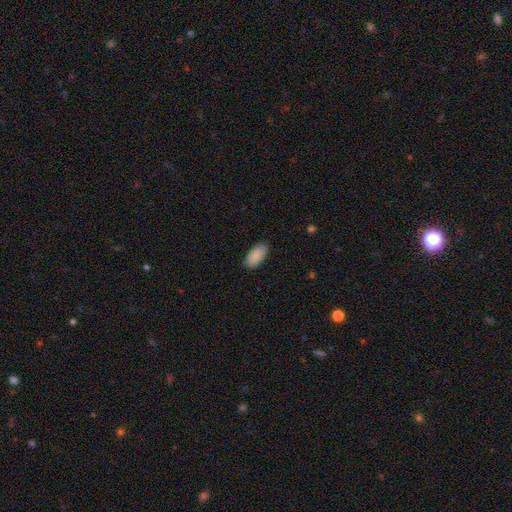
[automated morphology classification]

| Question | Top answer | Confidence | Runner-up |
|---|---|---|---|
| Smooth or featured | smooth | 90% | star or artifact (6%) |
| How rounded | in between | 94% | cigar-shaped (4%) |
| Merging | none | 86% | minor disturbance (11%) |